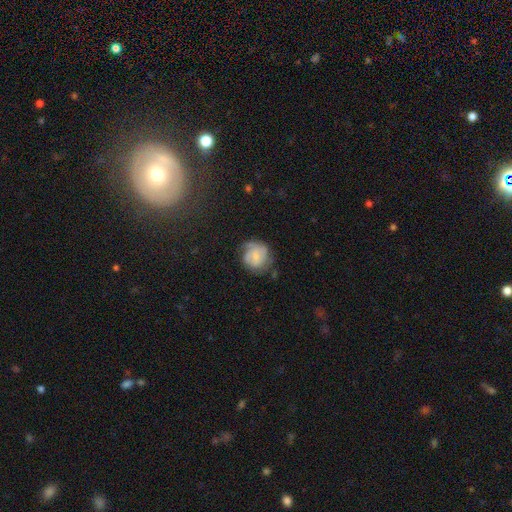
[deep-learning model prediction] Smooth or featured? Predicted: featured or disk (p=0.56). Edge-on disk? Predicted: no (p=0.98). Bar? Predicted: no (p=0.63). Spiral arms? Predicted: yes (p=0.84). Bulge size? Predicted: small (p=0.57). Merging? Predicted: none (p=0.58).